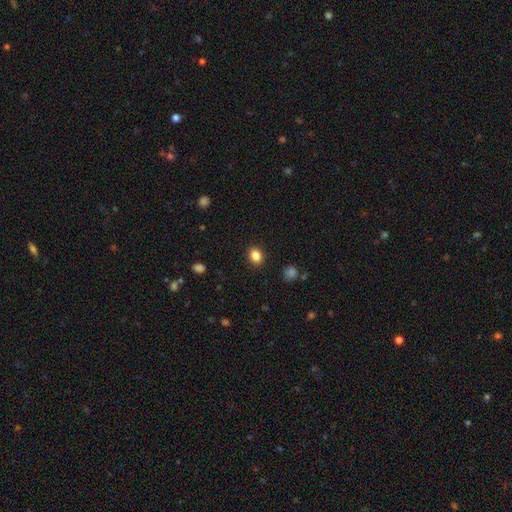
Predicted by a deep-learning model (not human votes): This is clearly a smooth galaxy (85%). How rounded: possibly round (51%). Merging: clearly none (89%).